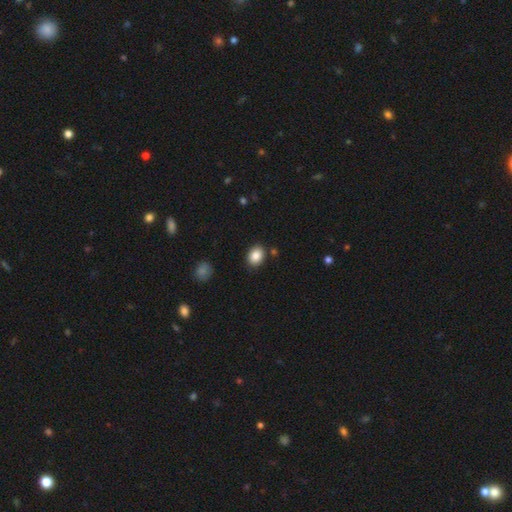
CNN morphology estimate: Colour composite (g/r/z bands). It shows a smooth galaxy with no disk features (85%) that is in between round and cigar-shaped (59%). Merging: none (85%).